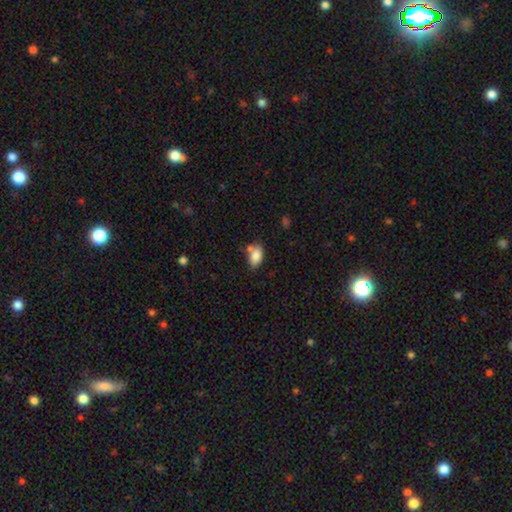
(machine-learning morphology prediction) smooth-or-featured: smooth: 84% | featured or disk: 8% | star or artifact: 8%
  how-rounded: in between: 90% | round: 8% | cigar-shaped: 2%
  merging: none: 56% | merger: 20% | minor disturbance: 19% | major disturbance: 5%